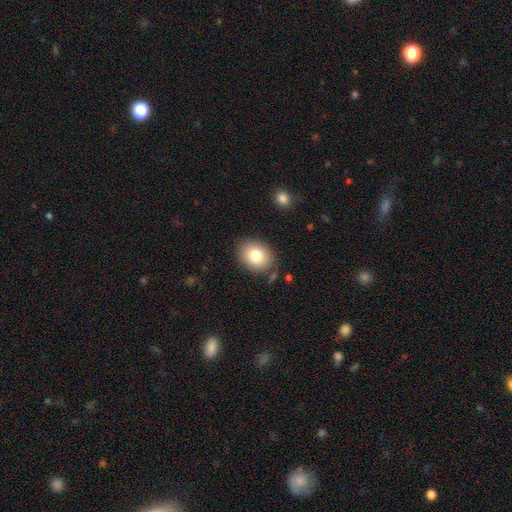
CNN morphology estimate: smooth_or_featured: smooth (p=0.80) [alt: featured or disk p=0.10]
how_rounded: in between (p=0.51) [alt: round p=0.49]
merging: none (p=0.82) [alt: minor disturbance p=0.12]